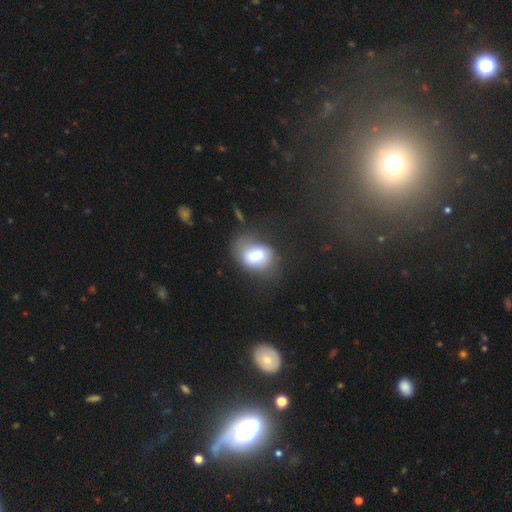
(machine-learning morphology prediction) smooth_or_featured: smooth (p=0.69) [alt: featured or disk p=0.22]
how_rounded: in between (p=0.66) [alt: round p=0.33]
merging: none (p=0.56) [alt: minor disturbance p=0.24]